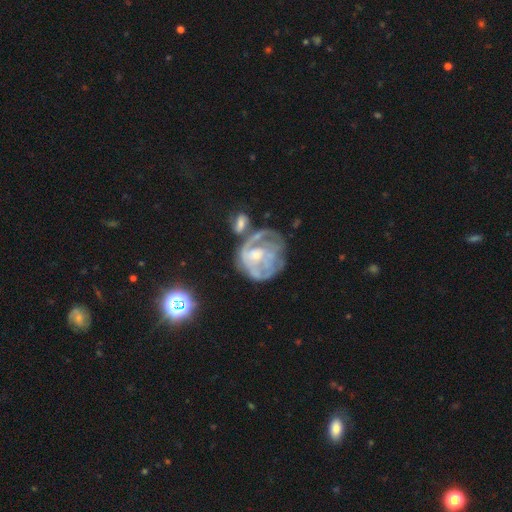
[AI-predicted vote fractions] This is likely a featured or disk galaxy (75%). It is clearly not viewed edge-on (98%). Bar: likely no (67%). Spiral arm pattern: likely yes (67%). Central bulge: likely small (61%). Merging: marginally none (33%).